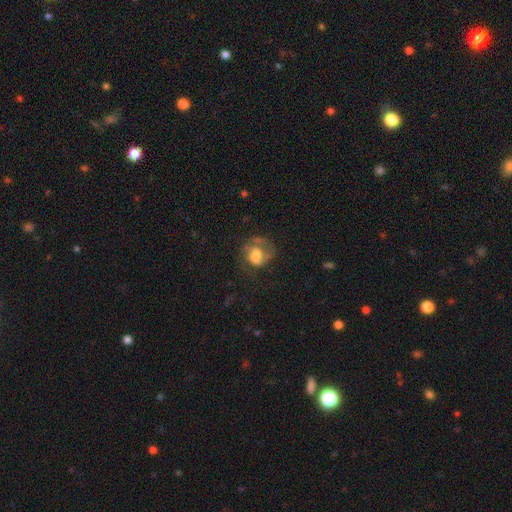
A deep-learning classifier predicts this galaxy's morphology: Overall: featured or disk (48%; smooth 41%). Merging: none (38%; major disturbance 36%).